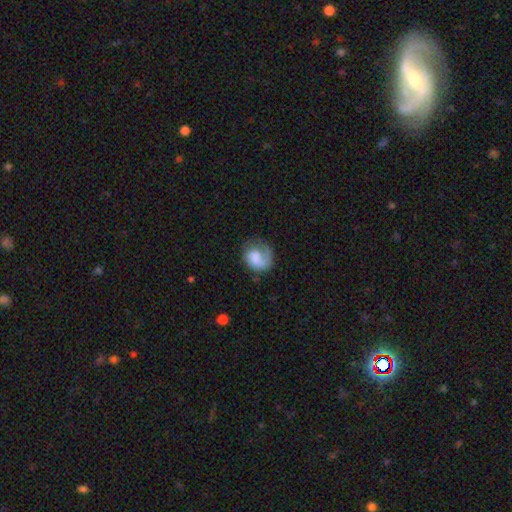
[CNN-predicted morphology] A smooth galaxy with no disk features (47%).

Vote fractions:
- Smooth or featured? smooth: 47% / featured or disk: 45% / star or artifact: 8%
- Merging? none: 52% / major disturbance: 24% / minor disturbance: 21% / merger: 3%